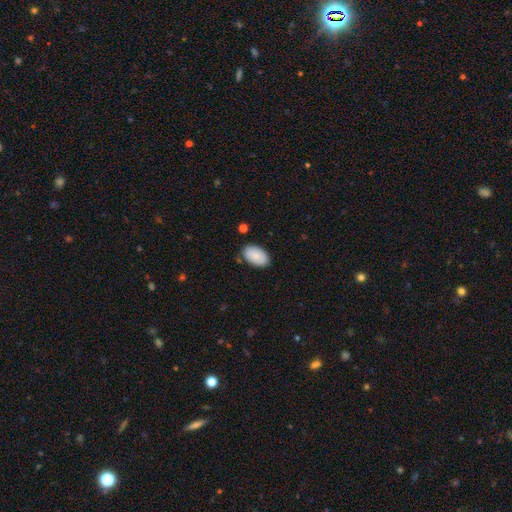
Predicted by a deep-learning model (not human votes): Smooth or featured? smooth (84%)
How rounded? in between (94%)
Merging? none (81%)